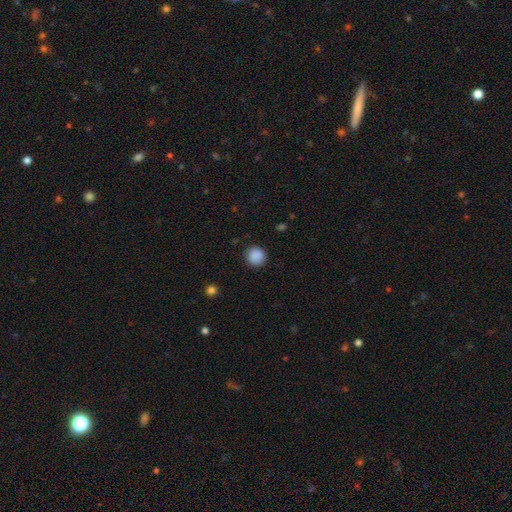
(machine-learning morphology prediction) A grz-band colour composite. It shows a smooth galaxy with no disk features (88%) that is round (92%). Merging: none (90%).